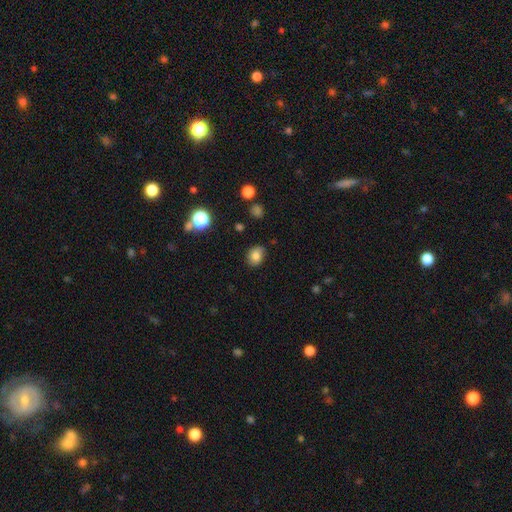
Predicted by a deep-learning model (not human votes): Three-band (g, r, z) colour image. It shows a smooth galaxy with no disk features (81%) that is in between round and cigar-shaped (51%). Merging: none (81%).